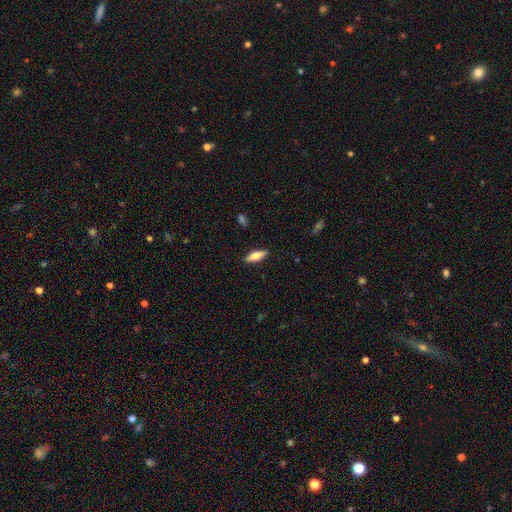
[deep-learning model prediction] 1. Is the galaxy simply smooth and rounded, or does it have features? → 59% smooth, 35% featured or disk, 6% star or artifact.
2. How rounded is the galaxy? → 57% in between, 40% cigar-shaped, 3% round.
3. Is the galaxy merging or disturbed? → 89% none, 8% minor disturbance, 2% major disturbance, 1% merger.